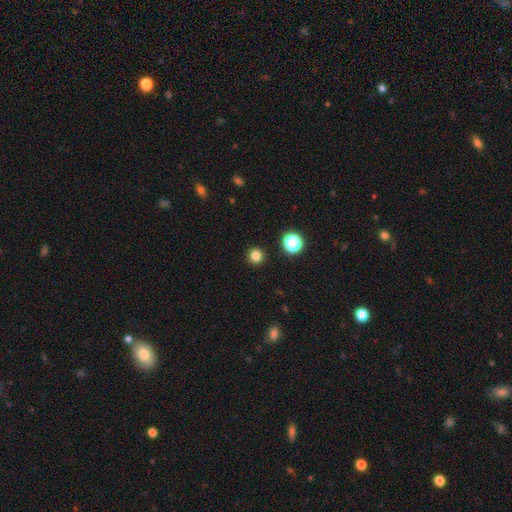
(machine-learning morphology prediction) Smooth or featured? Predicted: smooth (p=0.82). How rounded? Predicted: round (p=0.95). Merging? Predicted: none (p=0.93).